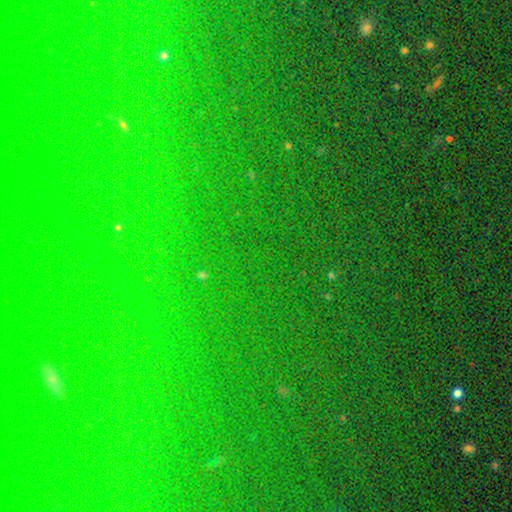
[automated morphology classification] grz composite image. It shows a star or artifact, not a galaxy (80%).